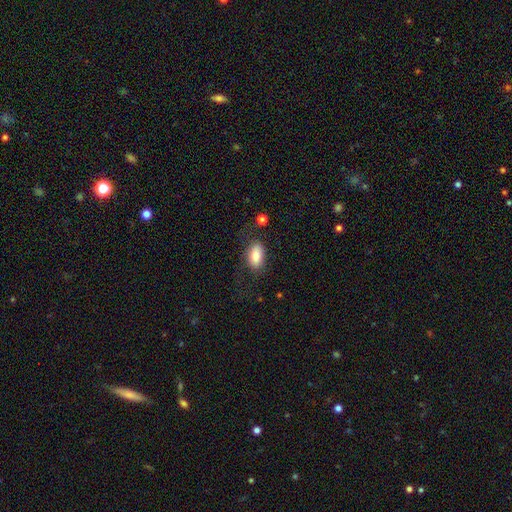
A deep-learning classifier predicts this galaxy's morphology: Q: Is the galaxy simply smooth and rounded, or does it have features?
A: smooth — 83%.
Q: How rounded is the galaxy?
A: in between — 91%.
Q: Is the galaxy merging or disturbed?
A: none — 69%.